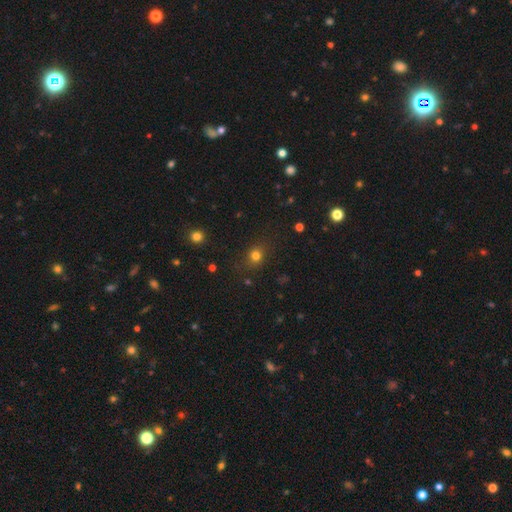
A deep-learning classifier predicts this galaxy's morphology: Overall: smooth (76%). How rounded: round (74%). Merging: none (84%).